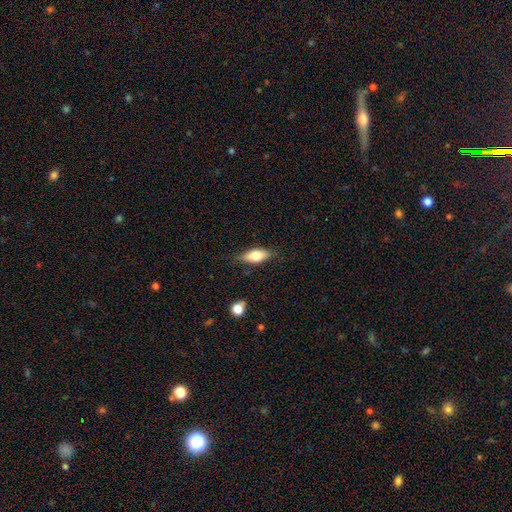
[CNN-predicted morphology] Overall: smooth (69%). How rounded: in between (77%). Merging: none (79%).